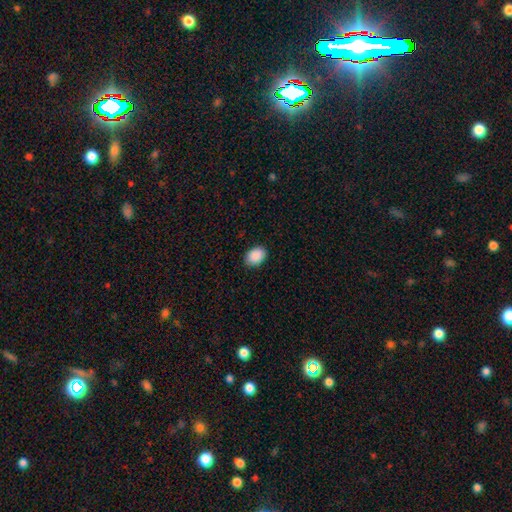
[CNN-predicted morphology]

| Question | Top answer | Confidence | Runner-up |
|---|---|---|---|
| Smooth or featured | smooth | 91% | star or artifact (7%) |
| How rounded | in between | 76% | round (23%) |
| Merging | none | 88% | minor disturbance (9%) |